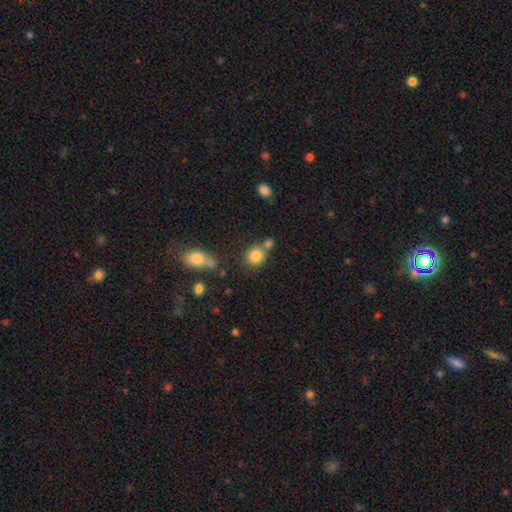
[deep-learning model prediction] This is clearly a smooth galaxy (83%). How rounded: clearly round (83%). Merging: likely none (61%).